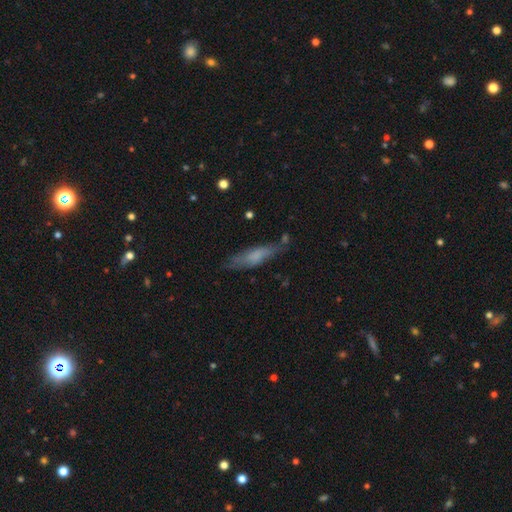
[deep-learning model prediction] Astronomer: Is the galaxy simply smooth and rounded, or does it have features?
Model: smooth — 56% (runner-up: featured or disk, 36%).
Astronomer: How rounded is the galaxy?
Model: cigar-shaped — 73%.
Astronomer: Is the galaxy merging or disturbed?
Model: none — 66%.